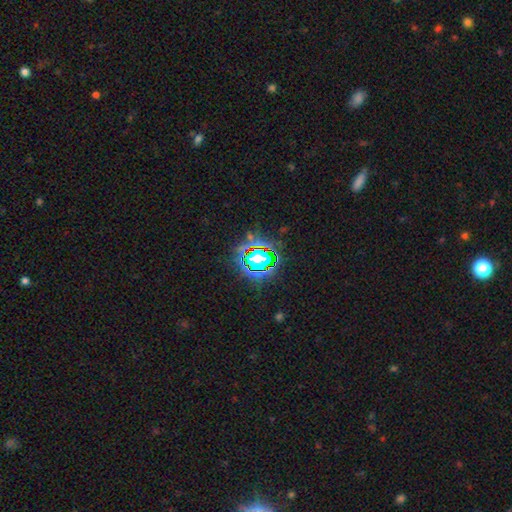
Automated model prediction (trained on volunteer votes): Q: Smooth or featured?
A: star or artifact (66%); runner-up: smooth (20%)